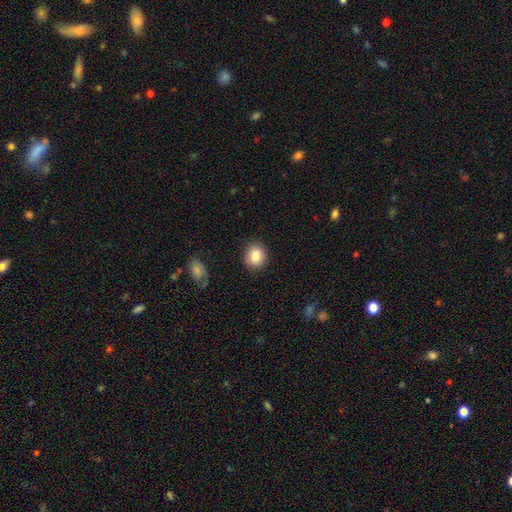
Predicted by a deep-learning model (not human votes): Morphology: type=smooth (83%); roundness=round (71%); merging=none (88%).